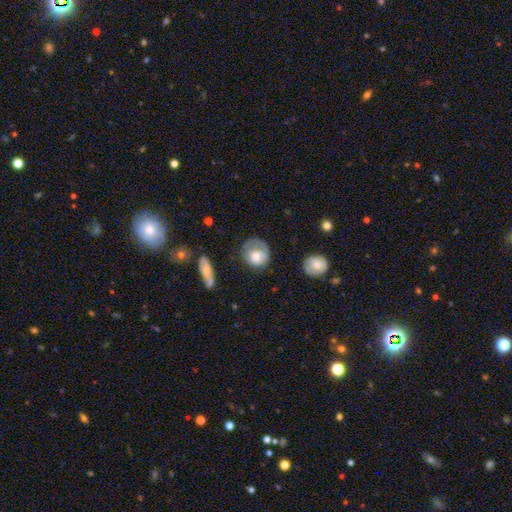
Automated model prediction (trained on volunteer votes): Smooth or featured?
  - smooth: 64% *
  - featured or disk: 28%
  - star or artifact: 7%
How rounded?
  - round: 76% *
  - in between: 23%
  - cigar-shaped: 1%
Merging?
  - none: 46% *
  - minor disturbance: 30%
  - major disturbance: 21%
  - merger: 3%